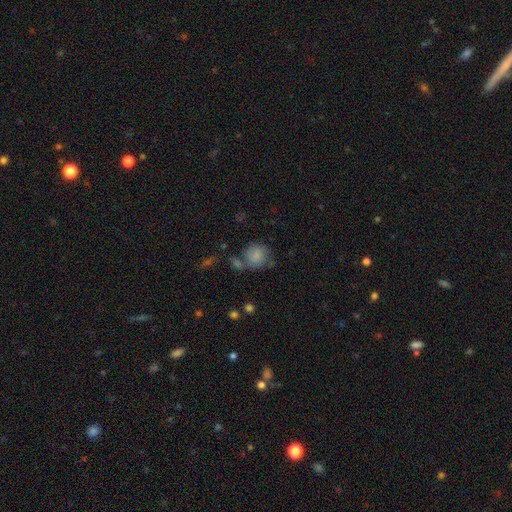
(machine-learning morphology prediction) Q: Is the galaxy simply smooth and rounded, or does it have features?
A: smooth — 80%.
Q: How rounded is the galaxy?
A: round — 80%.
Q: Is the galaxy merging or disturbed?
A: none — 50%.